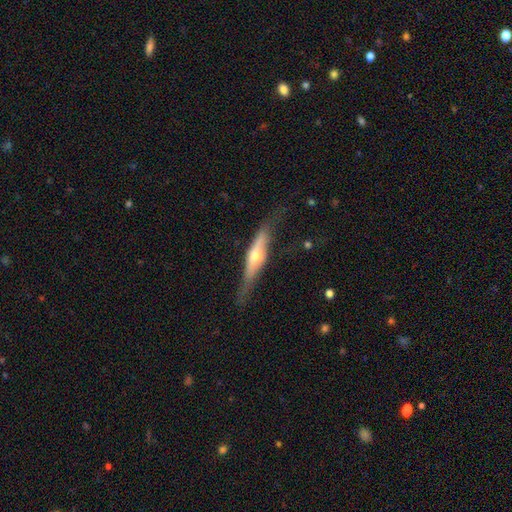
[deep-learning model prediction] Smooth or featured? Predicted: featured or disk (p=0.64). Edge-on disk? Predicted: yes (p=0.88). Edge-on bulge? Predicted: rounded (p=0.87). Merging? Predicted: none (p=0.67).